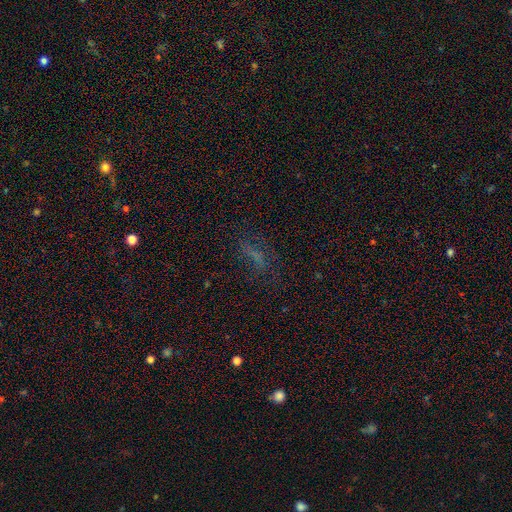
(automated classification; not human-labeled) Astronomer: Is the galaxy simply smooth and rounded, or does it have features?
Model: smooth — 47% (runner-up: star or artifact, 30%).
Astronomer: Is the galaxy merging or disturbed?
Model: none — 61%.